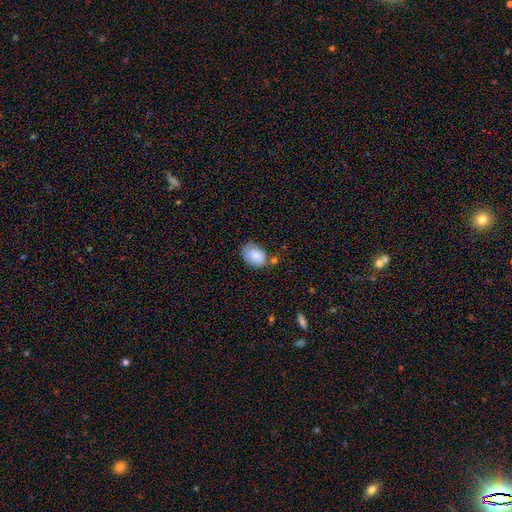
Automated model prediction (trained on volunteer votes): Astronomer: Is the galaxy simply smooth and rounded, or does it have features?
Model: smooth — 84%.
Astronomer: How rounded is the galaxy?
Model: in between — 83%.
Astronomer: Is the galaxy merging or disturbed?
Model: none — 59%.